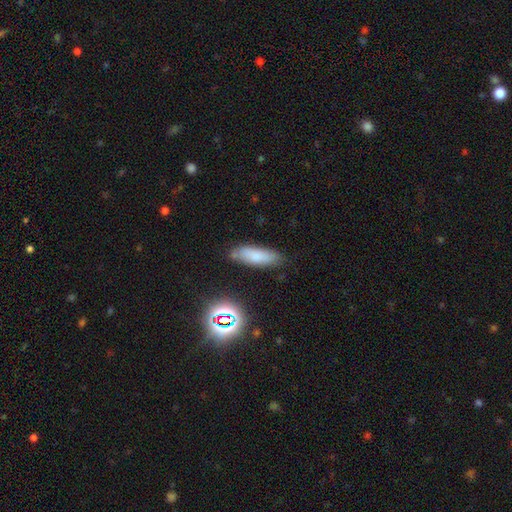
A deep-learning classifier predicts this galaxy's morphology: This is likely a smooth galaxy (75%). How rounded: possibly in between (50%). Merging: likely none (75%).